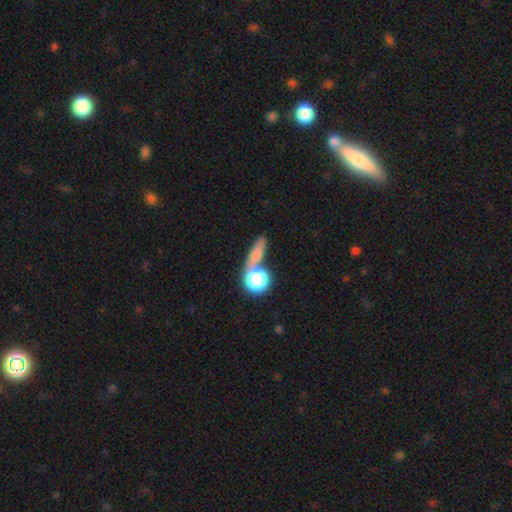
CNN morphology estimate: This appears to be a smooth galaxy with no disk features (68%) that is cigar-shaped (39%). Merging: none (56%).